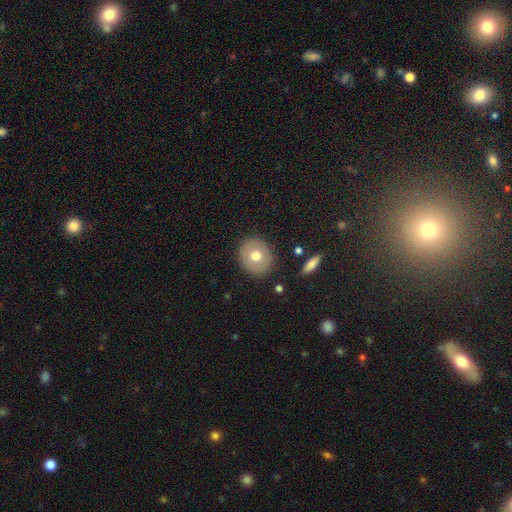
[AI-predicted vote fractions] Smooth or featured: smooth — 67% (featured or disk — 26%)
How rounded: round — 82% (in between — 17%)
Merging: none — 88% (minor disturbance — 8%)